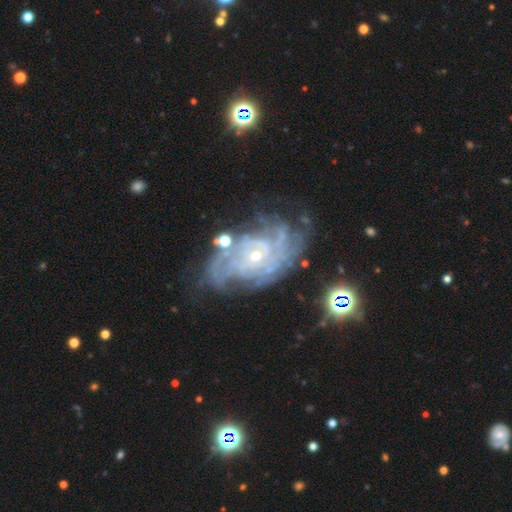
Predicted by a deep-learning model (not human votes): A featured or disk galaxy (87%) with no bar (70%), tight (66%) spiral arms (95%) and a small central bulge (74%).

Vote fractions:
- Smooth or featured? featured or disk: 87% / star or artifact: 7% / smooth: 6%
- Edge-on disk? no: 97% / yes: 3%
- Bar? no: 70% / weak: 24% / strong: 7%
- Spiral arms? yes: 95% / no: 5%
- Spiral winding? tight: 66% / medium: 28% / loose: 7%
- Spiral arm count? can't tell: 36% / 4: 16% / 2: 15% / 3: 14% / more than 4: 13% / 1: 6%
- Bulge size? small: 74% / moderate: 22% / none: 1% / large: 1% / dominant: 1%
- Merging? none: 60% / minor disturbance: 22% / major disturbance: 14% / merger: 4%